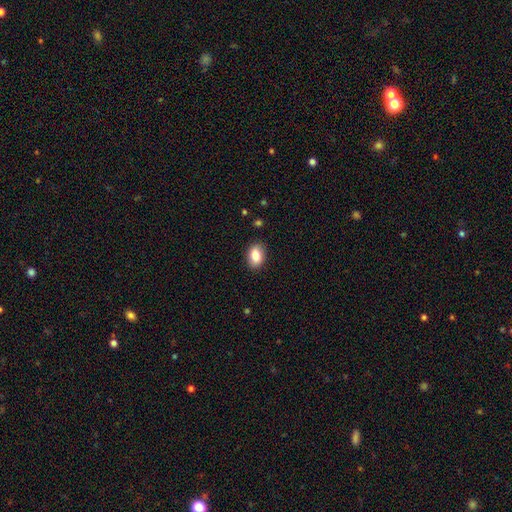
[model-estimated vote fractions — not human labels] Smooth or featured? smooth (83%)
How rounded? in between (83%)
Merging? none (87%)